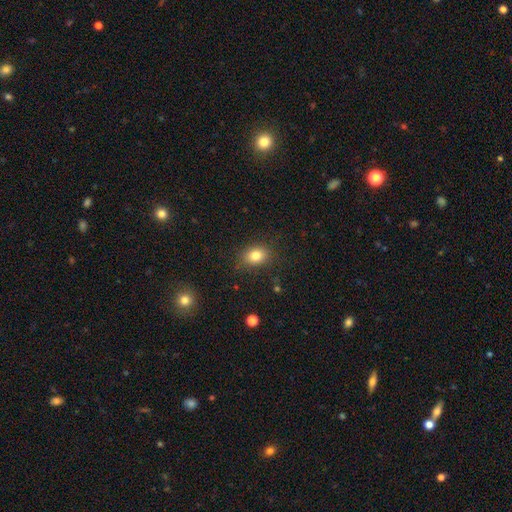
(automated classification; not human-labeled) Smooth or featured: smooth — 81% (star or artifact — 11%)
How rounded: in between — 55% (round — 44%)
Merging: none — 81% (minor disturbance — 14%)